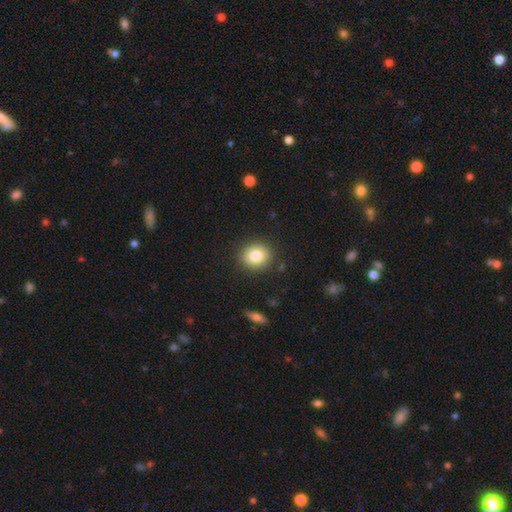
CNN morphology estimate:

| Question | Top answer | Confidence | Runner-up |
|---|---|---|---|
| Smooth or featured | smooth | 82% | star or artifact (10%) |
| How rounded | round | 75% | in between (24%) |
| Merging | none | 89% | minor disturbance (7%) |